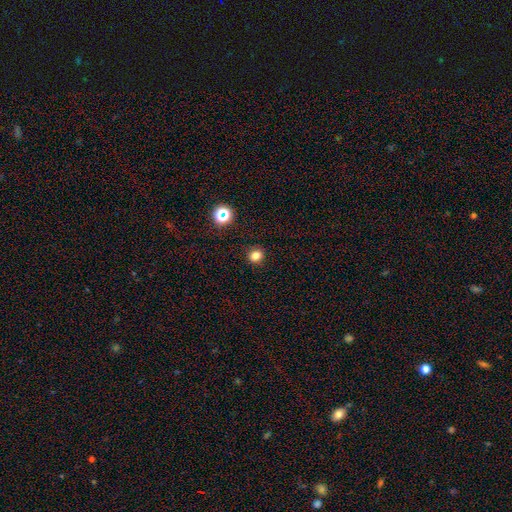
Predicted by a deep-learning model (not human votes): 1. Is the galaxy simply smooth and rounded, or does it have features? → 79% smooth, 15% star or artifact, 5% featured or disk.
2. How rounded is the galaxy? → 74% round, 25% in between, 1% cigar-shaped.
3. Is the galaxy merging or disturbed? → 90% none, 7% minor disturbance, 2% major disturbance, 1% merger.